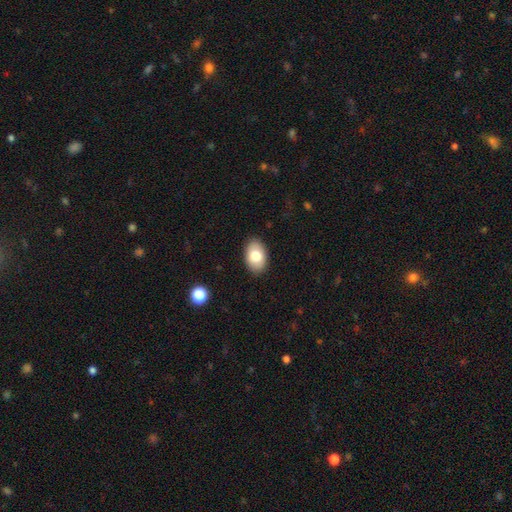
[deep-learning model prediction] This is clearly a smooth galaxy (81%). How rounded: clearly in between (89%). Merging: clearly none (88%).